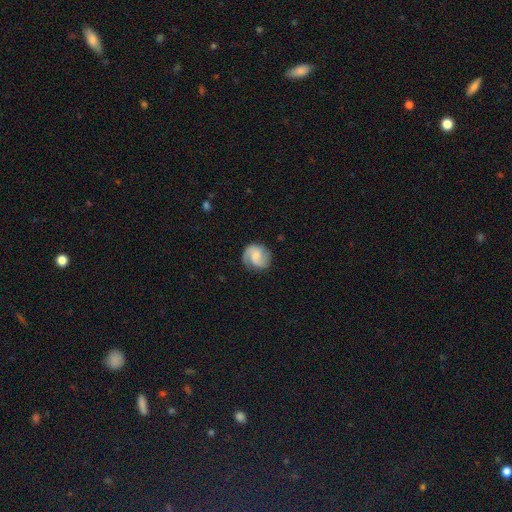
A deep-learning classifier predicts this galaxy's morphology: Smooth or featured?
  - featured or disk: 69% *
  - smooth: 24%
  - star or artifact: 7%
Edge-on disk?
  - no: 98% *
  - yes: 2%
Bar?
  - no: 56% *
  - weak: 37%
  - strong: 7%
Spiral arms?
  - yes: 95% *
  - no: 5%
Spiral winding?
  - medium: 46% *
  - tight: 32%
  - loose: 22%
Spiral arm count?
  - 2: 73% *
  - can't tell: 8%
  - 3: 8%
  - 1: 7%
  - 4: 2%
  - more than 4: 2%
Bulge size?
  - small: 45% *
  - moderate: 32%
  - none: 16%
  - large: 5%
  - dominant: 2%
Merging?
  - none: 75% *
  - minor disturbance: 17%
  - major disturbance: 6%
  - merger: 1%